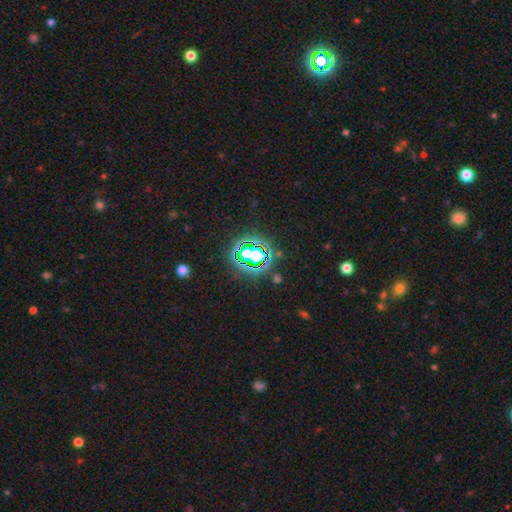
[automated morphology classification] smooth-or-featured: star or artifact: 74% | smooth: 16% | featured or disk: 10%